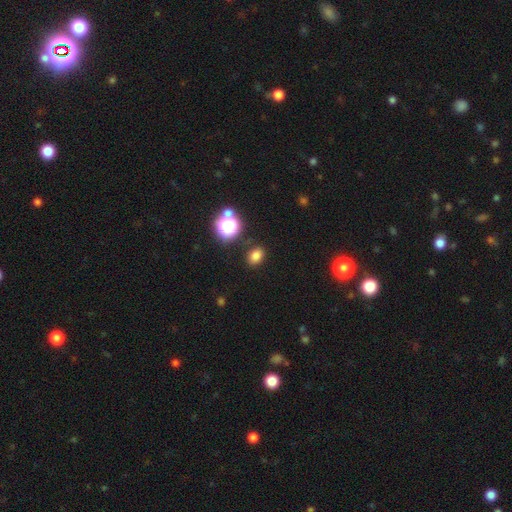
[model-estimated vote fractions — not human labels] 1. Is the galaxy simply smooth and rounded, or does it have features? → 76% smooth, 19% star or artifact, 6% featured or disk.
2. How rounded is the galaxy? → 68% in between, 30% round, 1% cigar-shaped.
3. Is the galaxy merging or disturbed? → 84% none, 10% minor disturbance, 3% merger, 3% major disturbance.